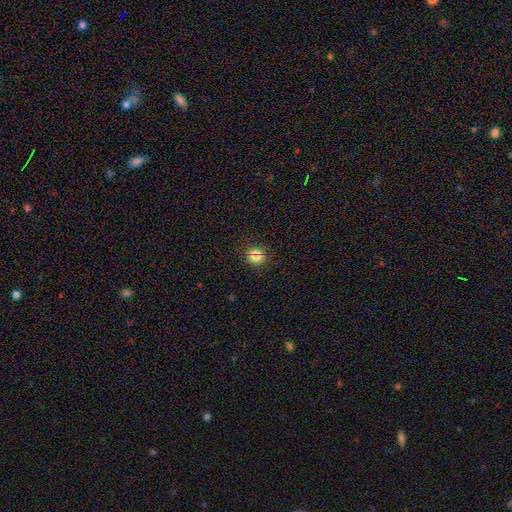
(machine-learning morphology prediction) Smooth or featured?
  - smooth: 72% *
  - star or artifact: 19%
  - featured or disk: 9%
How rounded?
  - round: 91% *
  - in between: 8%
  - cigar-shaped: 1%
Merging?
  - none: 85% *
  - minor disturbance: 8%
  - merger: 4%
  - major disturbance: 3%